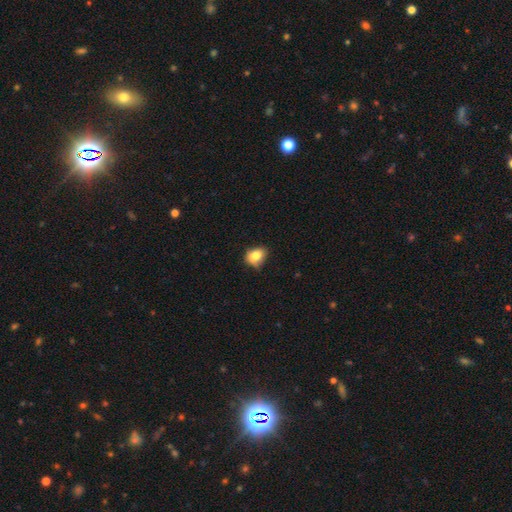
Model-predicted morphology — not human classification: A smooth galaxy with no disk features (80%) that is in between round and cigar-shaped (59%). Merging: none (56%).